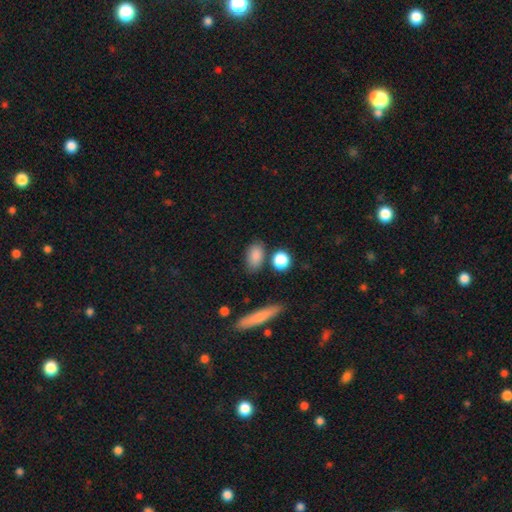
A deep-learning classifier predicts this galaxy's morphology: Smooth or featured: smooth — 85% (star or artifact — 8%)
How rounded: in between — 84% (round — 12%)
Merging: none — 75% (minor disturbance — 14%)